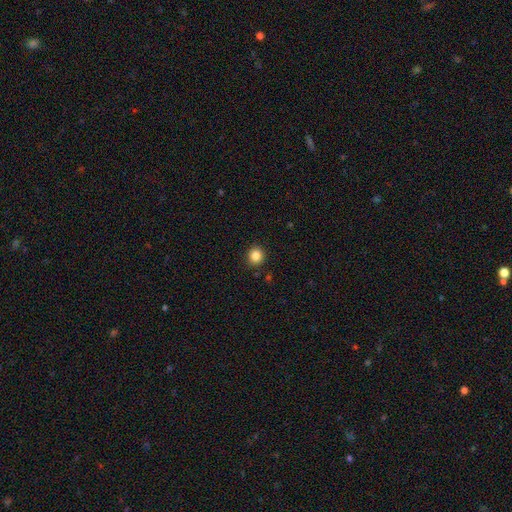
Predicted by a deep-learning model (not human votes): Overall: smooth (85%). How rounded: round (88%). Merging: none (91%).